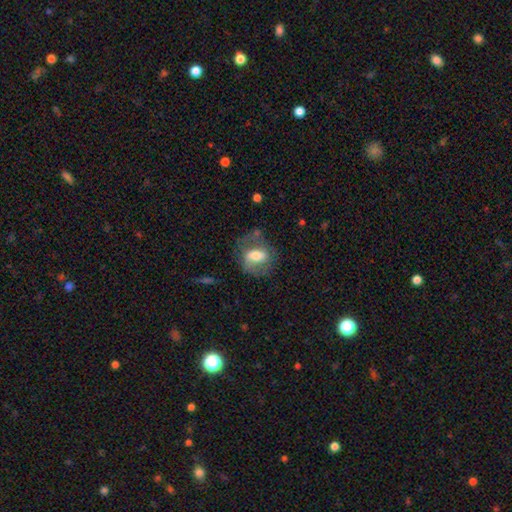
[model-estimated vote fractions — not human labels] smooth-or-featured: smooth: 51% | featured or disk: 41% | star or artifact: 8%
  how-rounded: in between: 67% | round: 29% | cigar-shaped: 4%
  merging: none: 54% | minor disturbance: 24% | major disturbance: 19% | merger: 3%